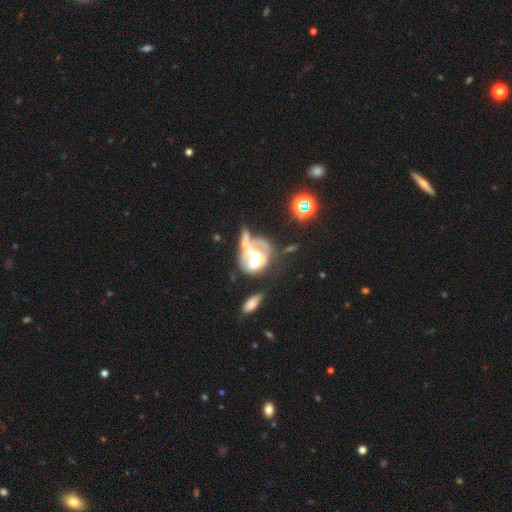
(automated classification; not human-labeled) A featured or disk galaxy (61%) with no bar (76%), no spiral arms (74%) and a moderate central bulge (60%).

Vote fractions:
- Smooth or featured? featured or disk: 61% / smooth: 28% / star or artifact: 11%
- Edge-on disk? no: 95% / yes: 5%
- Bar? no: 76% / weak: 16% / strong: 8%
- Spiral arms? no: 74% / yes: 26%
- Bulge size? moderate: 60% / large: 19% / small: 11% / none: 7% / dominant: 3%
- Merging? merger: 60% / major disturbance: 19% / none: 13% / minor disturbance: 9%